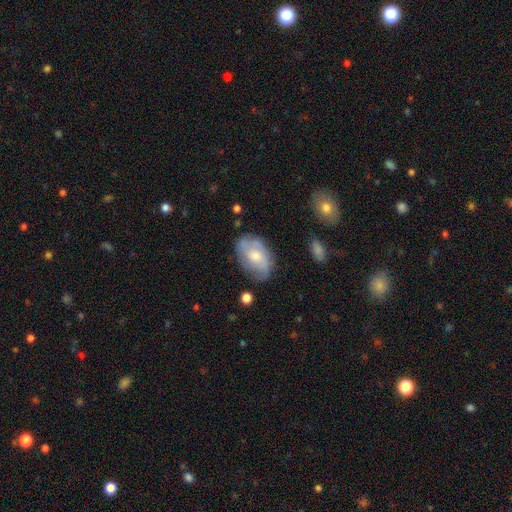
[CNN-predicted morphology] smooth_or_featured: featured or disk (p=0.51) [alt: smooth p=0.43]
disk_edge_on: no (p=0.95) [alt: yes p=0.05]
merging: none (p=0.65) [alt: minor disturbance p=0.25]